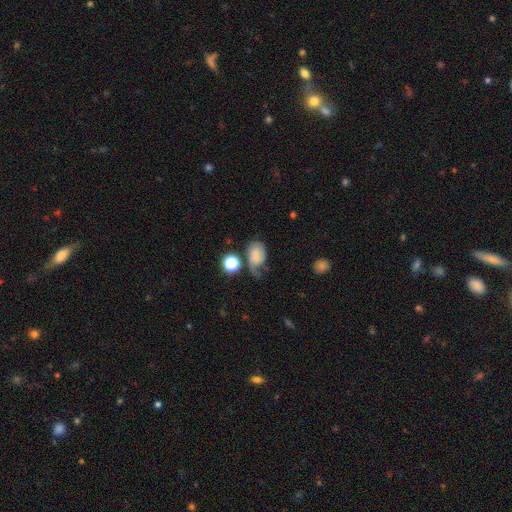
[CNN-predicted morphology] smooth_or_featured: smooth (p=0.64) [alt: featured or disk p=0.24]
how_rounded: in between (p=0.74) [alt: round p=0.25]
merging: none (p=0.32) [alt: minor disturbance p=0.30]